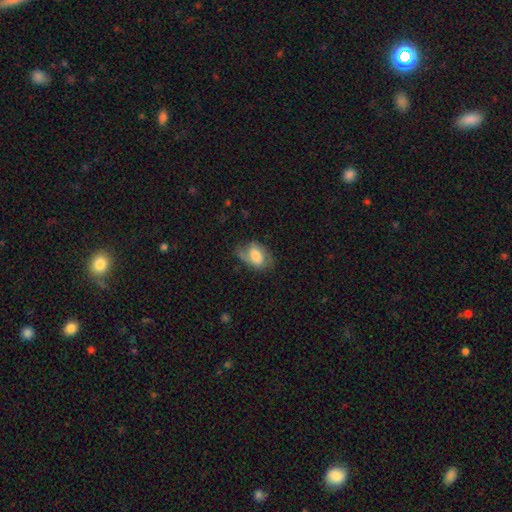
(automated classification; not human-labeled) Smooth or featured? featured or disk (51%)
Edge-on disk? no (95%)
Merging? none (57%)